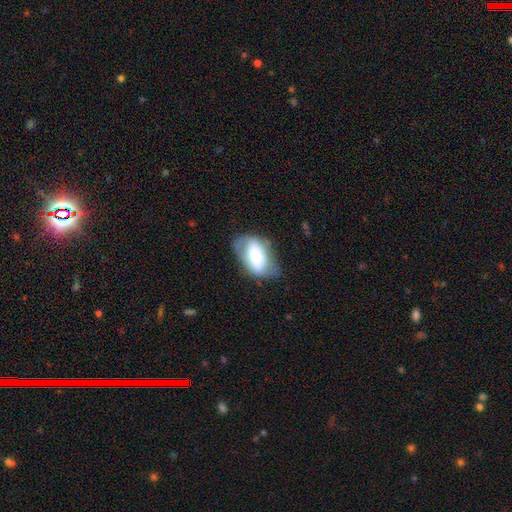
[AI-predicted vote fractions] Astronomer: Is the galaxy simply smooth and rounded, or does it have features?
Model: smooth — 61%.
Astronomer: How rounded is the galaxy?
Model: in between — 92%.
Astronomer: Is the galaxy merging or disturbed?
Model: none — 49% (runner-up: minor disturbance, 32%).